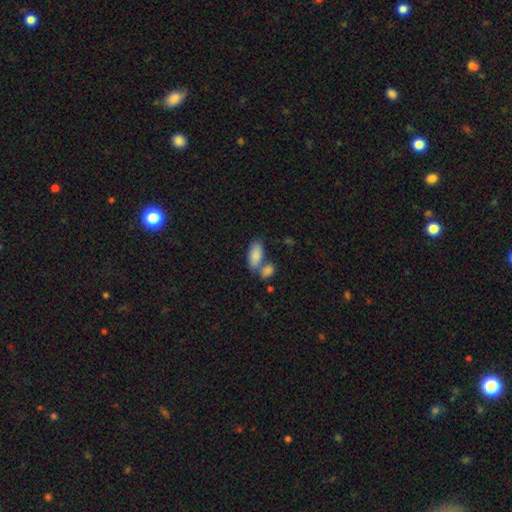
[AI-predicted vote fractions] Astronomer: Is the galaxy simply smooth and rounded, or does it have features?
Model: smooth — 86%.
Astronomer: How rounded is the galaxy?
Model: in between — 92%.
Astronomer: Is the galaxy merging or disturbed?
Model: merger — 43% (runner-up: none, 42%).